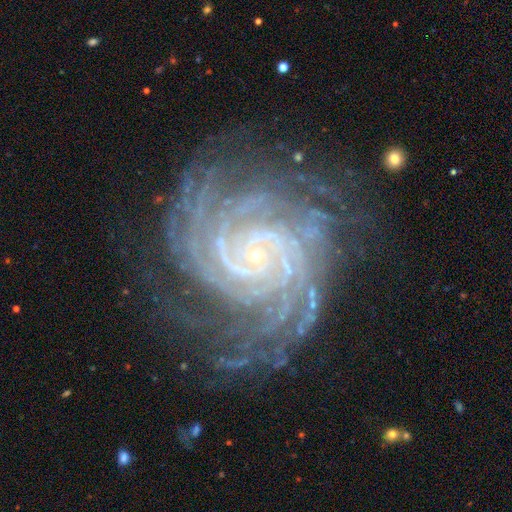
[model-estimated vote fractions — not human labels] smooth-or-featured: featured or disk: 92% | star or artifact: 5% | smooth: 3%
  disk-edge-on: no: 98% | yes: 2%
    bar: no: 61% | weak: 25% | strong: 14%
    has-spiral-arms: yes: 99% | no: 1%
      spiral-winding: tight: 83% | medium: 15% | loose: 2%
      spiral-arm-count: more than 4: 31% | 4: 22% | can't tell: 14% | 3: 13% | 2: 12% | 1: 9%
    bulge-size: small: 88% | moderate: 7% | none: 3% | large: 1% | dominant: 1%
  merging: none: 76% | minor disturbance: 15% | major disturbance: 7% | merger: 2%